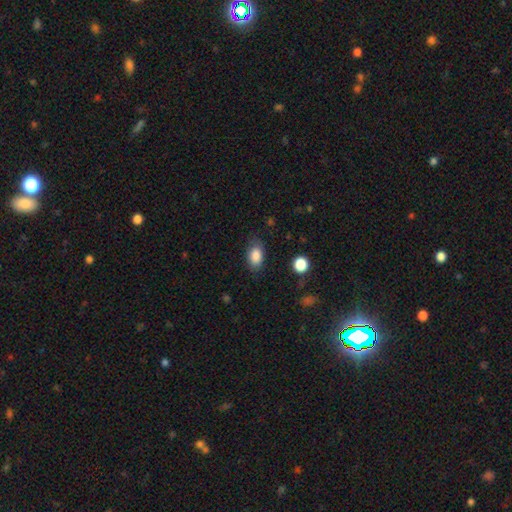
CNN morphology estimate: This is clearly a smooth galaxy (86%). How rounded: clearly in between (89%). Merging: likely none (79%).